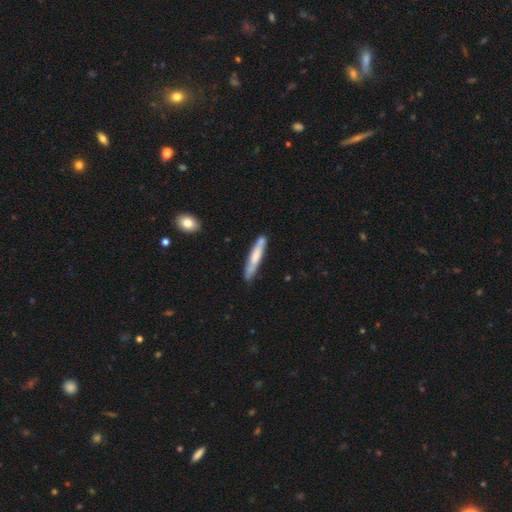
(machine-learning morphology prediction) A smooth galaxy with no disk features (58%) that is cigar-shaped (92%).

Vote fractions:
- Smooth or featured? smooth: 58% / featured or disk: 37% / star or artifact: 5%
- How rounded? cigar-shaped: 92% / in between: 7% / round: 1%
- Merging? none: 76% / minor disturbance: 17% / merger: 5% / major disturbance: 3%